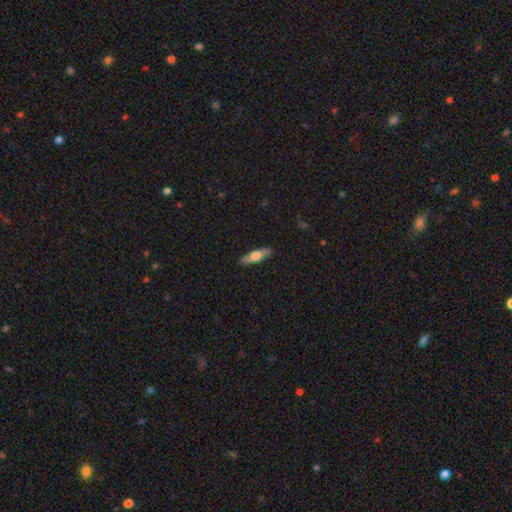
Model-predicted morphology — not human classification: Smooth or featured?
  - smooth: 57% *
  - featured or disk: 37%
  - star or artifact: 6%
How rounded?
  - cigar-shaped: 60% *
  - in between: 38%
  - round: 2%
Merging?
  - none: 88% *
  - minor disturbance: 9%
  - major disturbance: 2%
  - merger: 1%